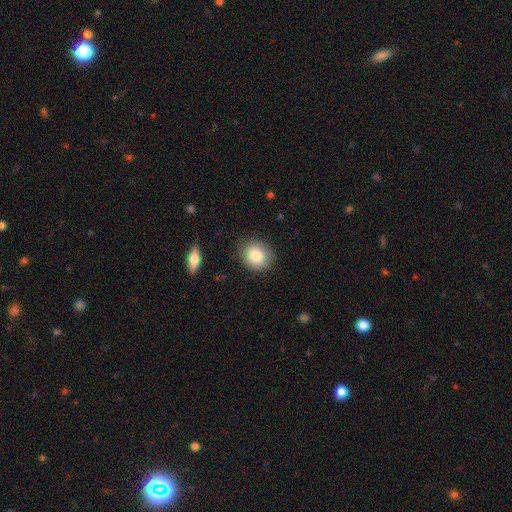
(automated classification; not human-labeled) A smooth galaxy with no disk features (83%) that is round (73%).

Vote fractions:
- Smooth or featured? smooth: 83% / featured or disk: 9% / star or artifact: 8%
- How rounded? round: 73% / in between: 26% / cigar-shaped: 1%
- Merging? none: 83% / minor disturbance: 12% / major disturbance: 3% / merger: 2%